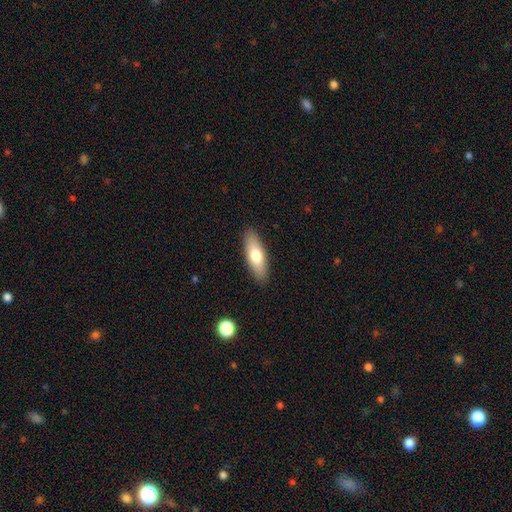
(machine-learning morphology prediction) Smooth or featured: smooth — 71% (featured or disk — 23%)
How rounded: in between — 58% (cigar-shaped — 40%)
Merging: none — 90% (minor disturbance — 8%)